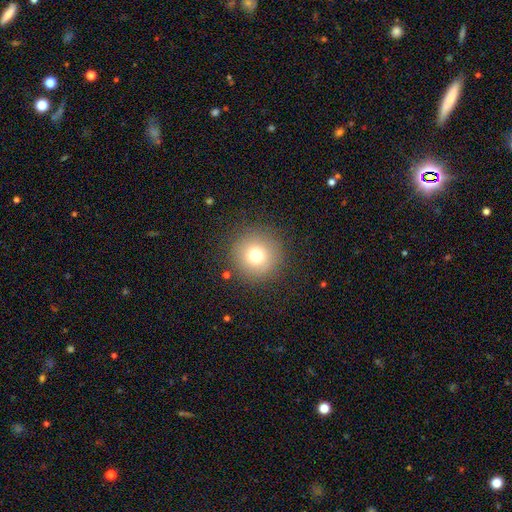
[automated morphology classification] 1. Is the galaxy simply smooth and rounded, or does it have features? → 74% smooth, 14% star or artifact, 12% featured or disk.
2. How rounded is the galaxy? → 96% round, 3% in between, 1% cigar-shaped.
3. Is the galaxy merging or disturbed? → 88% none, 7% minor disturbance, 4% major disturbance, 1% merger.